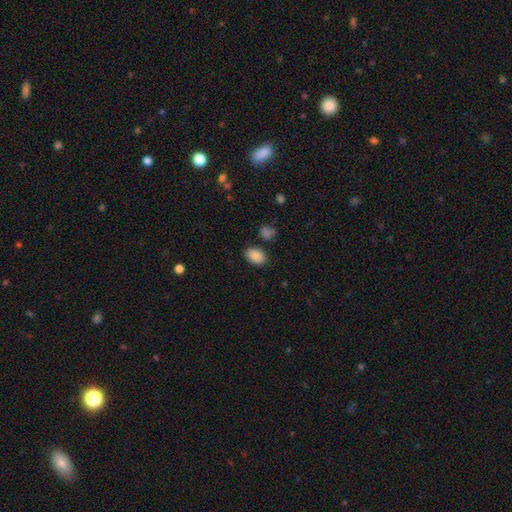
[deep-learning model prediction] smooth_or_featured: smooth (p=0.87) [alt: star or artifact p=0.08]
how_rounded: in between (p=0.84) [alt: round p=0.15]
merging: none (p=0.81) [alt: minor disturbance p=0.11]